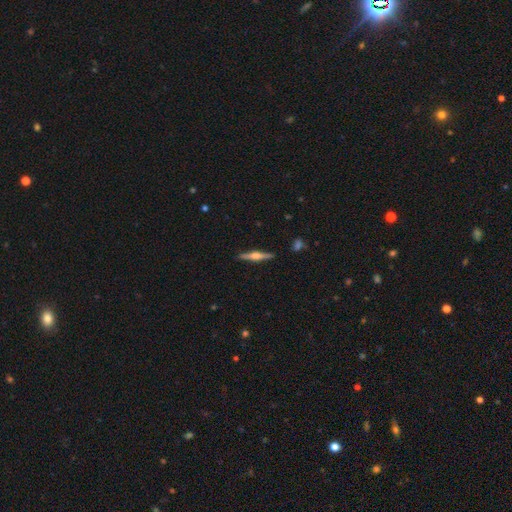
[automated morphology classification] Smooth or featured? Predicted: featured or disk (p=0.74). Edge-on disk? Predicted: yes (p=0.98). Edge-on bulge? Predicted: rounded (p=0.88). Merging? Predicted: none (p=0.90).